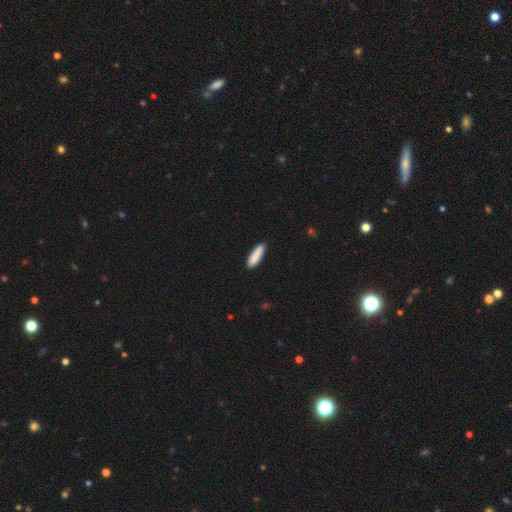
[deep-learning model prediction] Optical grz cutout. It shows a smooth galaxy with no disk features (88%) that is cigar-shaped (70%). Merging: none (88%).